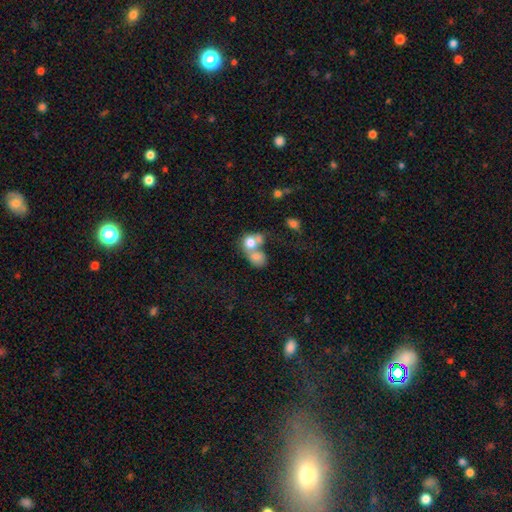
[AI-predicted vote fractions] smooth-or-featured: smooth: 51% | star or artifact: 27% | featured or disk: 22%
  how-rounded: round: 60% | in between: 37% | cigar-shaped: 4%
  merging: merger: 54% | none: 29% | major disturbance: 9% | minor disturbance: 9%